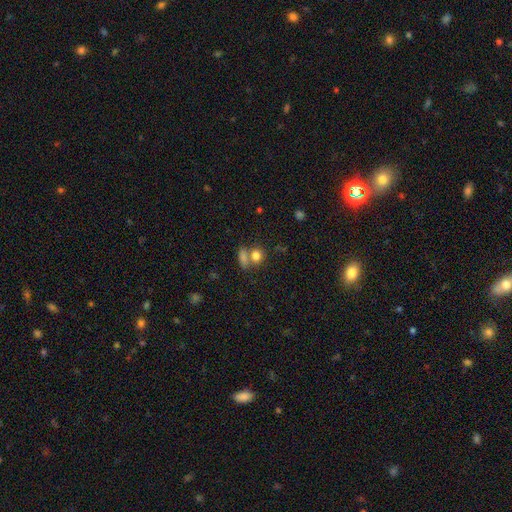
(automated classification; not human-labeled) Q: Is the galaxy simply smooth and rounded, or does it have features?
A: smooth — 80%.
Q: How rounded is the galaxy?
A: round — 63%.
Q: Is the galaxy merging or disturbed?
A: none — 48%.